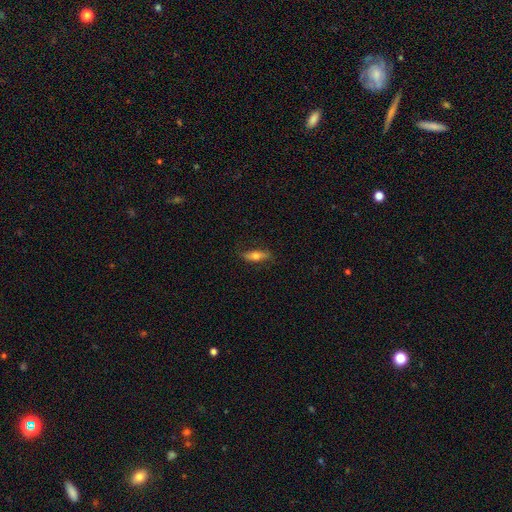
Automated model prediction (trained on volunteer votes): Smooth or featured?
  - smooth: 60% *
  - featured or disk: 33%
  - star or artifact: 7%
How rounded?
  - in between: 58% *
  - cigar-shaped: 39%
  - round: 3%
Merging?
  - none: 78% *
  - minor disturbance: 17%
  - major disturbance: 4%
  - merger: 1%